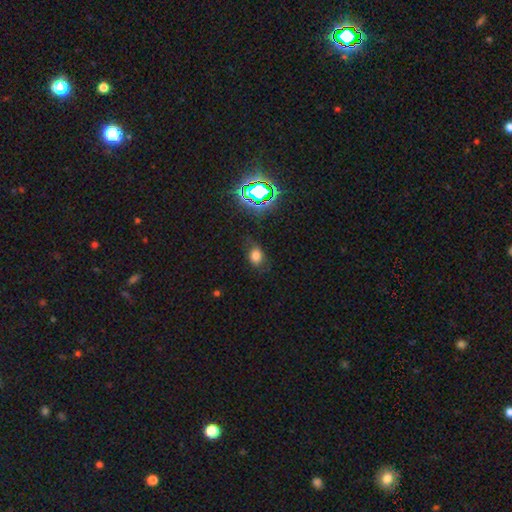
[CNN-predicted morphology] A smooth galaxy with no disk features (69%) that is in between round and cigar-shaped (58%). Merging: none (64%).